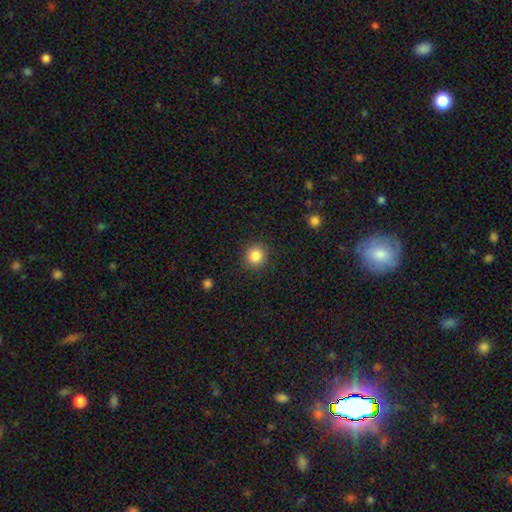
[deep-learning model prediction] smooth_or_featured: smooth (p=0.86) [alt: star or artifact p=0.10]
how_rounded: round (p=0.90) [alt: in between p=0.09]
merging: none (p=0.89) [alt: minor disturbance p=0.07]